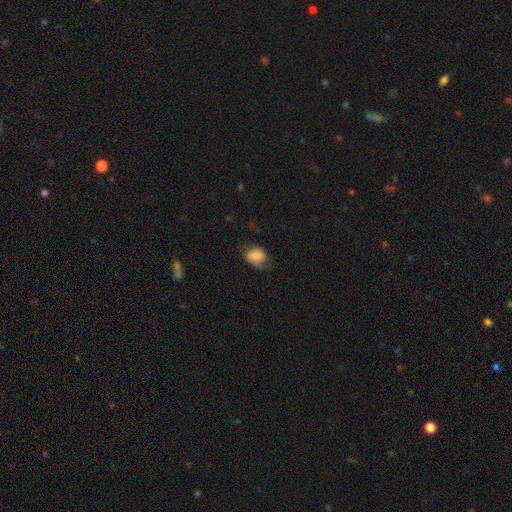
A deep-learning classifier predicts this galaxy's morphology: This appears to be a smooth galaxy with no disk features (76%) that is in between round and cigar-shaped (66%). Merging: none (51%).